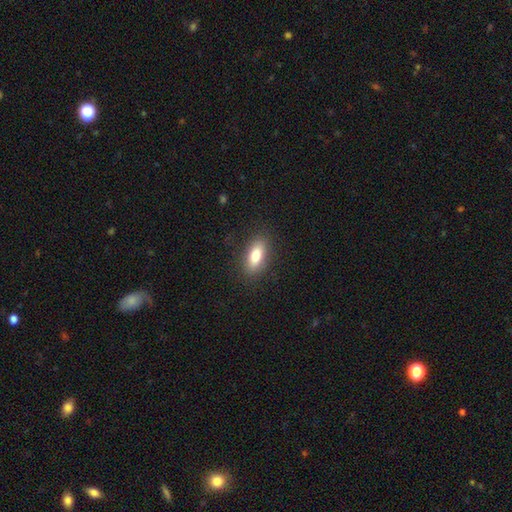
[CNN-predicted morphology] This is likely a smooth galaxy (79%). How rounded: clearly in between (82%). Merging: clearly none (86%).